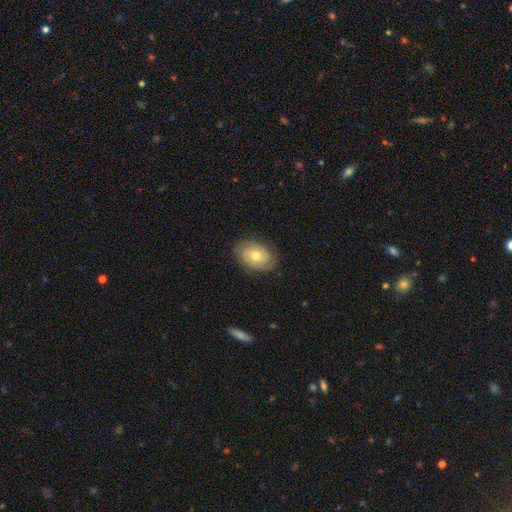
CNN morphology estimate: Smooth or featured?
  - smooth: 47% *
  - featured or disk: 45%
  - star or artifact: 8%
Merging?
  - none: 80% *
  - minor disturbance: 15%
  - major disturbance: 4%
  - merger: 1%